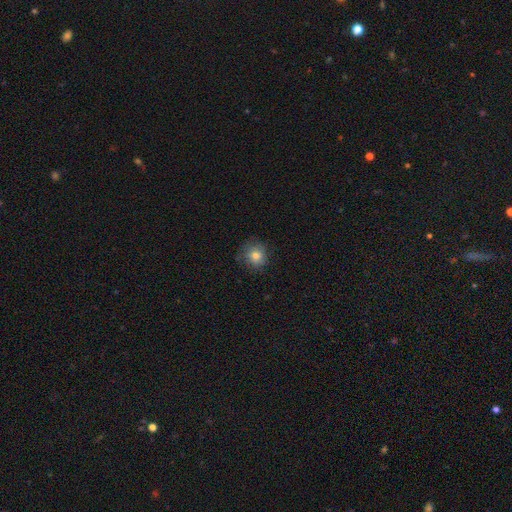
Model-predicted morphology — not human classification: This appears to be a smooth galaxy with no disk features (75%) that is round (88%). Merging: none (75%).